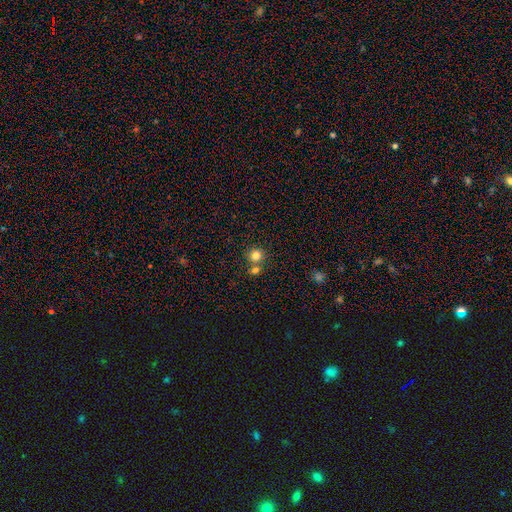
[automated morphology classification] type=smooth (81%); roundness=round (91%); merging=none (63%).